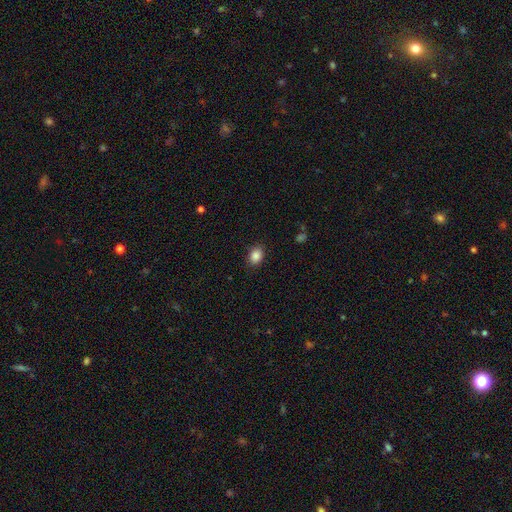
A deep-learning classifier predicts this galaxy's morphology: type=smooth (87%); roundness=in between (65%); merging=none (87%).